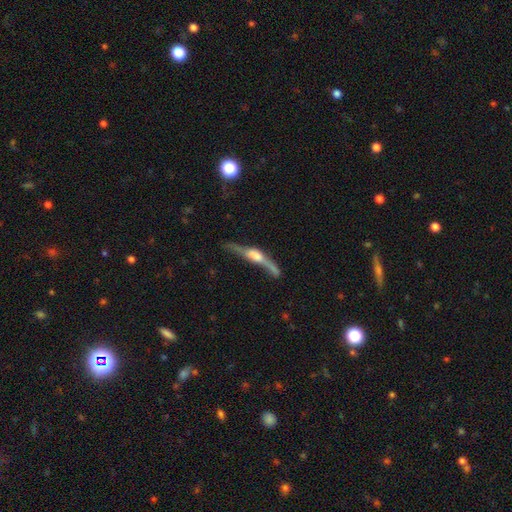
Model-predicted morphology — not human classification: Smooth or featured?
  - featured or disk: 72% *
  - smooth: 21%
  - star or artifact: 7%
Edge-on disk?
  - yes: 89% *
  - no: 11%
Edge-on bulge?
  - rounded: 68% *
  - boxy: 25%
  - none: 7%
Merging?
  - none: 53% *
  - minor disturbance: 22%
  - major disturbance: 17%
  - merger: 8%